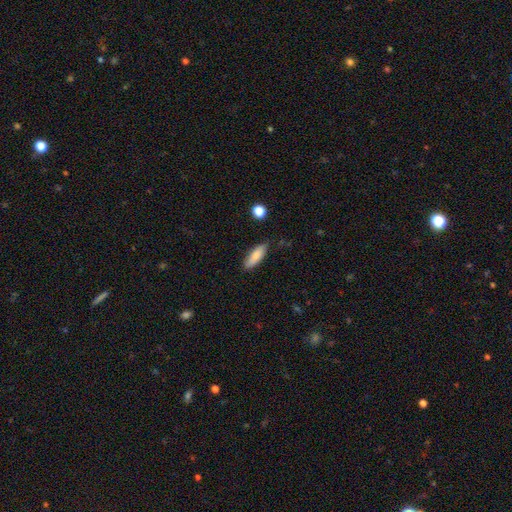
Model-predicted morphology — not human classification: smooth 82%, featured or disk 12%, star or artifact 7%. Down the decision tree: how rounded — in between (52%); merging — none (81%).